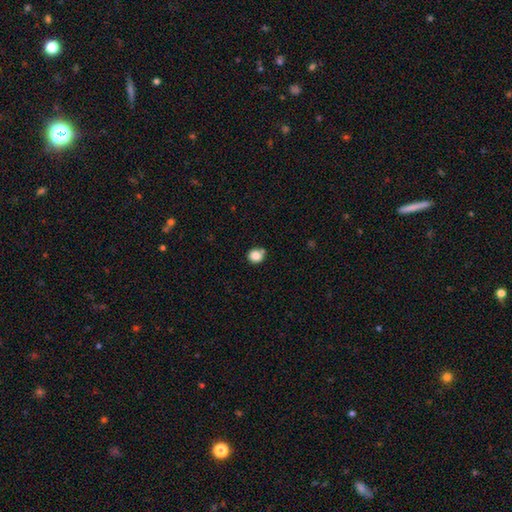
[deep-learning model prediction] A smooth galaxy with no disk features (85%) that is round (85%). Merging: none (70%).